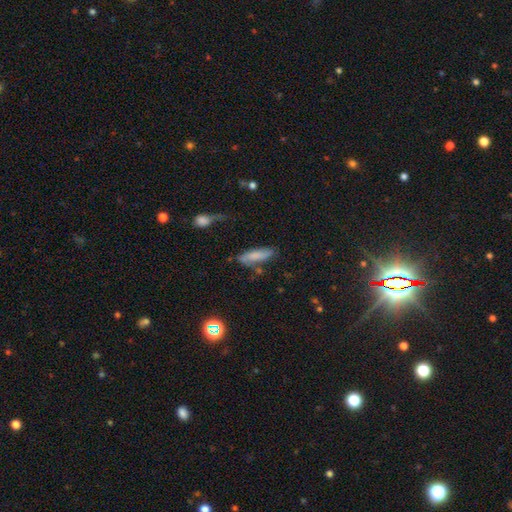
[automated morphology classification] smooth-or-featured: smooth: 71% | featured or disk: 20% | star or artifact: 9%
  how-rounded: cigar-shaped: 60% | in between: 38% | round: 2%
  merging: none: 60% | minor disturbance: 24% | major disturbance: 8% | merger: 8%